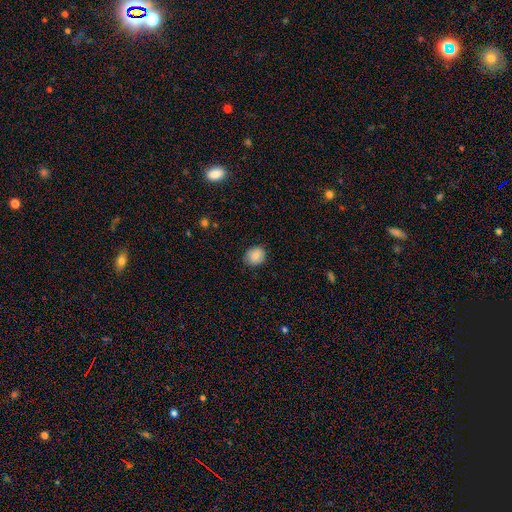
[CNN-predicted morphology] Smooth or featured?
  - smooth: 85% *
  - star or artifact: 8%
  - featured or disk: 7%
How rounded?
  - round: 66% *
  - in between: 33%
  - cigar-shaped: 1%
Merging?
  - none: 81% *
  - minor disturbance: 15%
  - major disturbance: 3%
  - merger: 1%